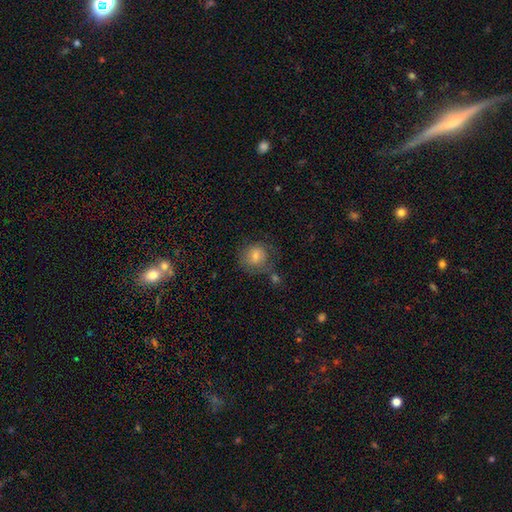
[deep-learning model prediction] A smooth galaxy with no disk features (60%) that is round (80%).

Vote fractions:
- Smooth or featured? smooth: 60% / featured or disk: 22% / star or artifact: 18%
- How rounded? round: 80% / in between: 19% / cigar-shaped: 1%
- Merging? none: 68% / minor disturbance: 17% / major disturbance: 8% / merger: 7%